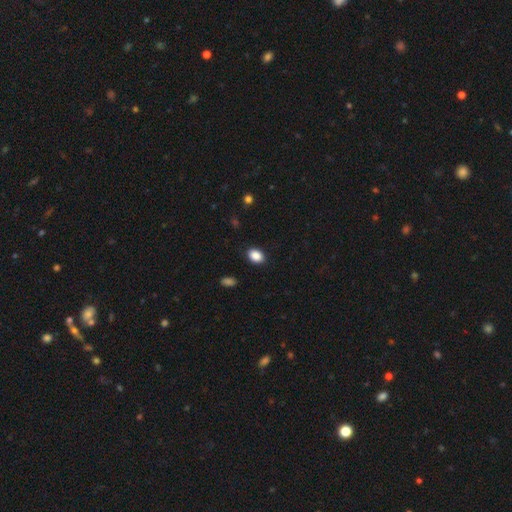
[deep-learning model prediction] A smooth galaxy with no disk features (88%) that is in between round and cigar-shaped (78%). Merging: none (89%).